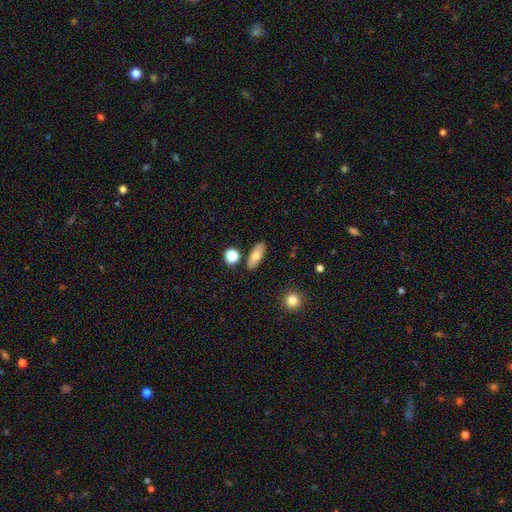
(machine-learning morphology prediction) Smooth or featured? smooth (71%)
How rounded? in between (74%)
Merging? none (84%)